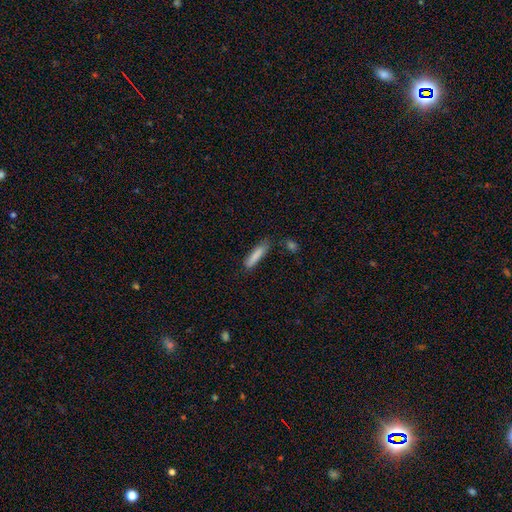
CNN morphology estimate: type=smooth (85%); roundness=cigar-shaped (83%); merging=none (78%).